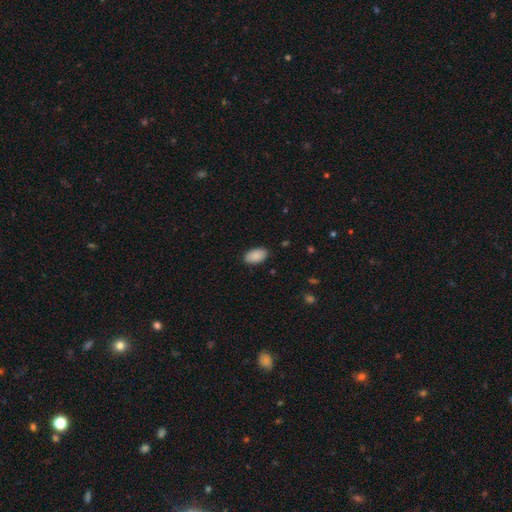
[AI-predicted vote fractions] This appears to be a smooth galaxy with no disk features (89%) that is in between round and cigar-shaped (95%). Merging: none (87%).